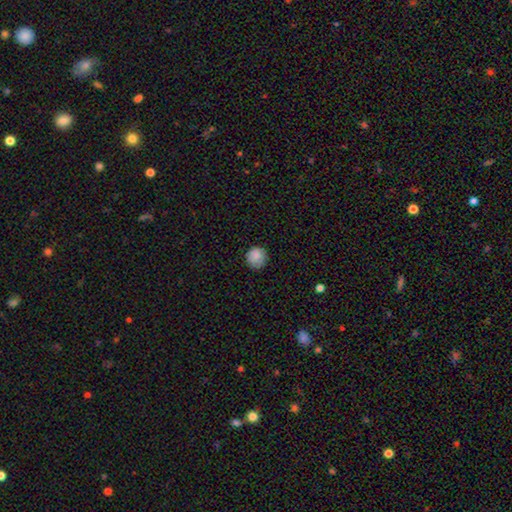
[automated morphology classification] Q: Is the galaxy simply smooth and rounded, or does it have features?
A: smooth — 86%.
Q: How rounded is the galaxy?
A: round — 92%.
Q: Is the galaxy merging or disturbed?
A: none — 83%.